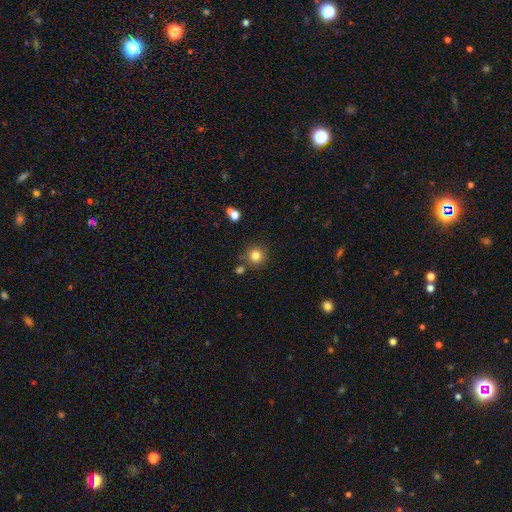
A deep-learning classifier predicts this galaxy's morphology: smooth 81%, star or artifact 13%, featured or disk 6%. Down the decision tree: how rounded — round (94%); merging — none (82%).